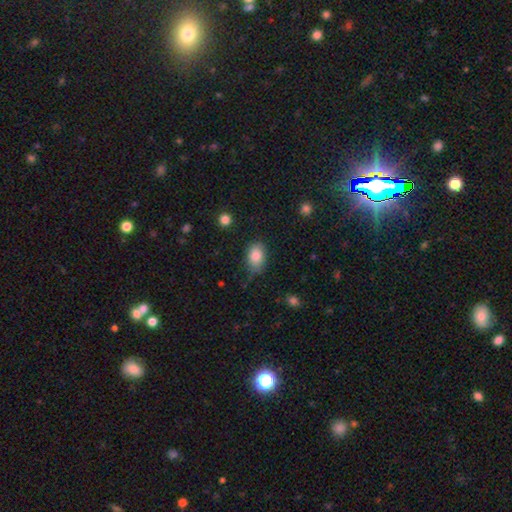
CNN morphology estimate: This is clearly a smooth galaxy (85%). How rounded: clearly in between (84%). Merging: likely none (65%).